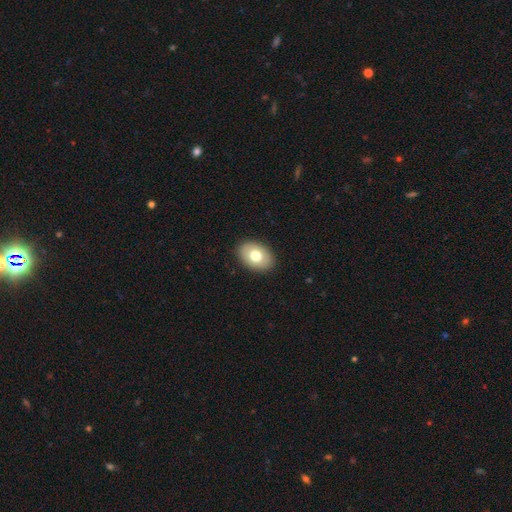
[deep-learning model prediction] This is likely a smooth galaxy (73%). How rounded: clearly in between (80%). Merging: clearly none (89%).